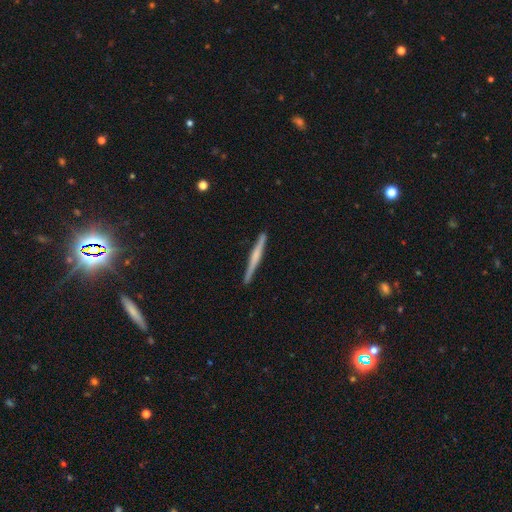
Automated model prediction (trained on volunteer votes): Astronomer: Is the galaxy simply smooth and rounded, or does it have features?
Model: featured or disk — 57% (runner-up: smooth, 38%).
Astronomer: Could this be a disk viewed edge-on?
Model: yes — 98%.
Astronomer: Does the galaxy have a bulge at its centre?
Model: none — 47% (runner-up: rounded, 36%).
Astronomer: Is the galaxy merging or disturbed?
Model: none — 90%.